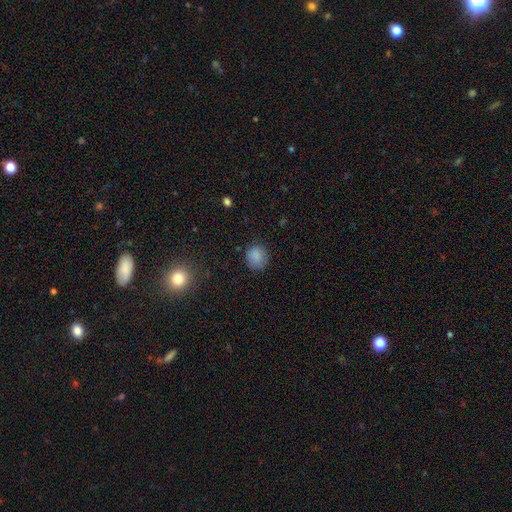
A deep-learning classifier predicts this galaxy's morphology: A smooth galaxy with no disk features (85%) that is round (85%).

Vote fractions:
- Smooth or featured? smooth: 85% / star or artifact: 10% / featured or disk: 5%
- How rounded? round: 85% / in between: 15% / cigar-shaped: 1%
- Merging? none: 80% / minor disturbance: 15% / major disturbance: 4% / merger: 1%